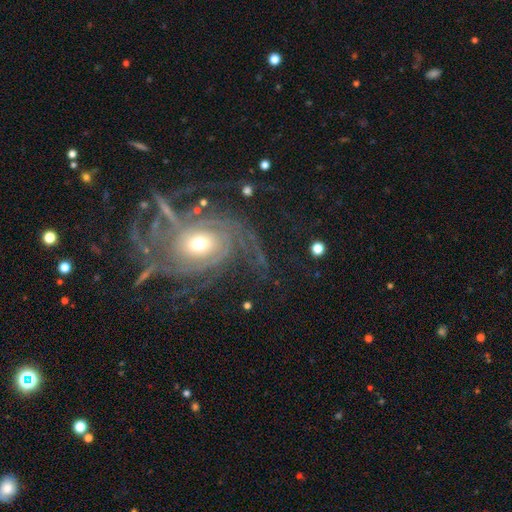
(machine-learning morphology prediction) Smooth or featured? featured or disk (83%)
Edge-on disk? no (97%)
Bar? no (68%)
Spiral arms? yes (94%)
Spiral winding? tight (41%)
Spiral arm count? can't tell (30%)
Bulge size? moderate (61%)
Merging? none (57%)